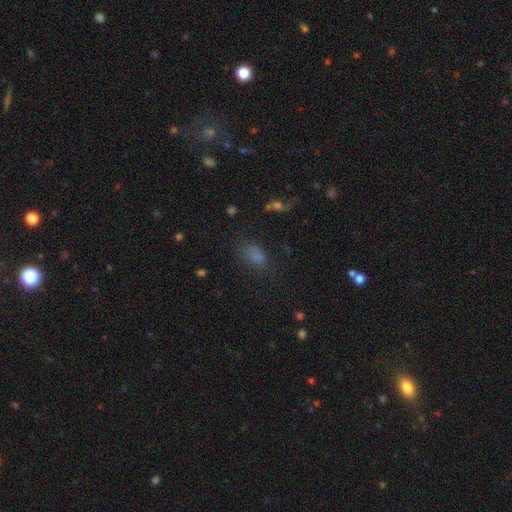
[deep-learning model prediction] Smooth or featured? Predicted: smooth (p=0.75). How rounded? Predicted: in between (p=0.83). Merging? Predicted: none (p=0.62).